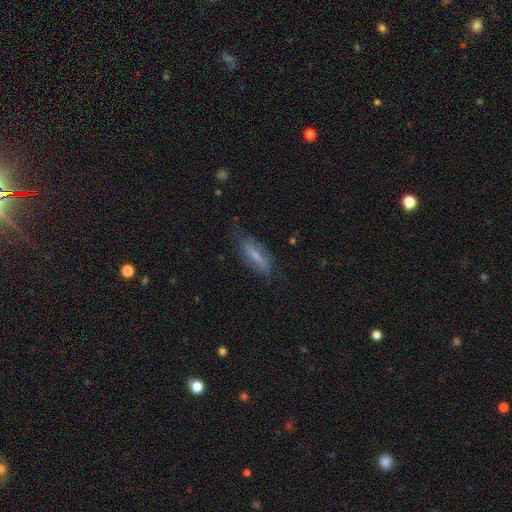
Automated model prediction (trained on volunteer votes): This is possibly a smooth galaxy (48%). Merging: likely none (67%).